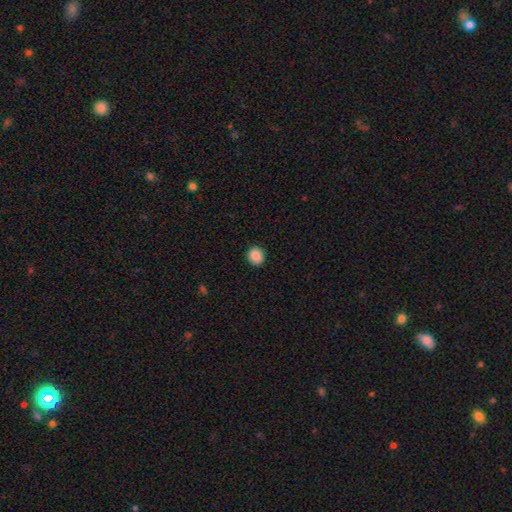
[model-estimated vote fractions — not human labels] Q: Smooth or featured?
A: smooth (88%); runner-up: star or artifact (9%)
Q: How rounded?
A: round (84%); runner-up: in between (15%)
Q: Merging?
A: none (91%); runner-up: minor disturbance (6%)